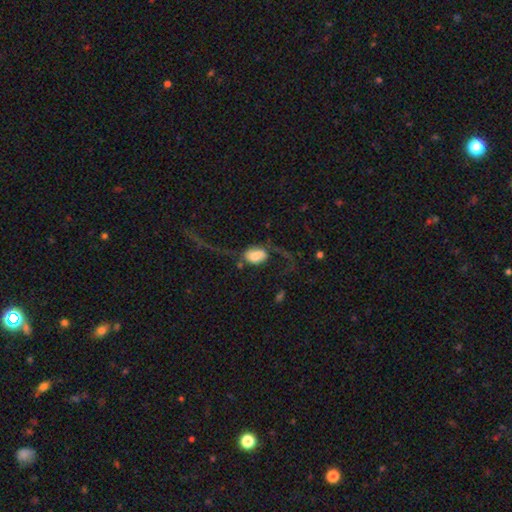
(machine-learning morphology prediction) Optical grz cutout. It shows a smooth galaxy with no disk features (51%) that is in between round and cigar-shaped (82%). Merging: major disturbance (46%).